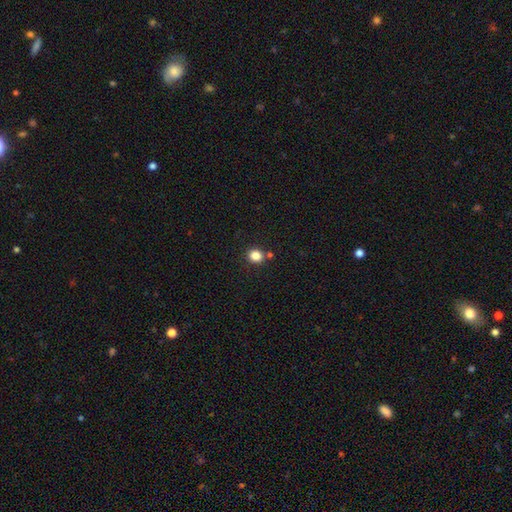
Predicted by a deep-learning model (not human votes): smooth-or-featured: smooth: 84% | star or artifact: 12% | featured or disk: 4%
  how-rounded: round: 77% | in between: 22% | cigar-shaped: 1%
  merging: none: 80% | minor disturbance: 9% | merger: 8% | major disturbance: 3%